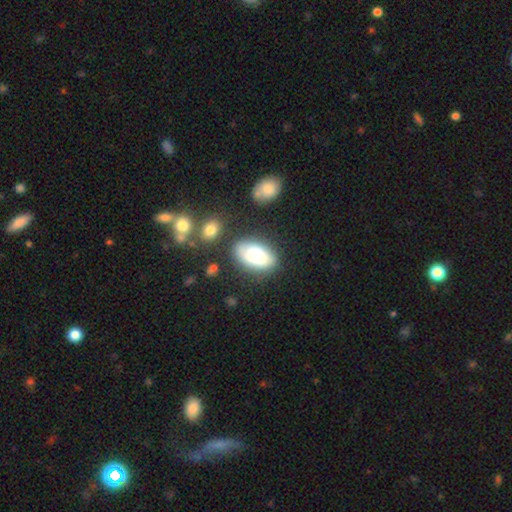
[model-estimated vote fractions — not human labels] Smooth or featured? smooth (80%)
How rounded? in between (92%)
Merging? none (70%)